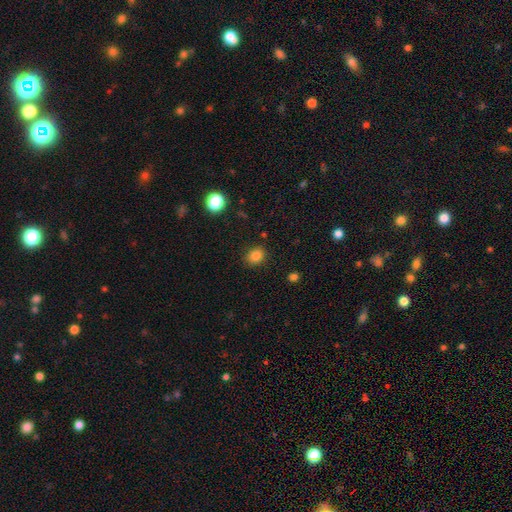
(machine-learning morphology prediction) Overall: smooth (83%). How rounded: round (56%; in between 43%). Merging: none (87%).